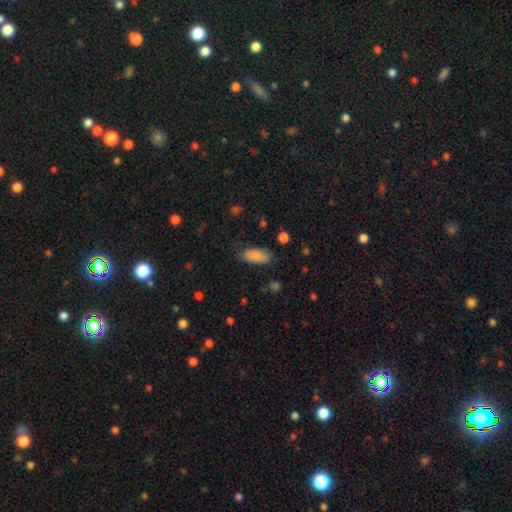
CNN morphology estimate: A smooth galaxy with no disk features (85%) that is in between round and cigar-shaped (89%).

Vote fractions:
- Smooth or featured? smooth: 85% / featured or disk: 9% / star or artifact: 7%
- How rounded? in between: 89% / cigar-shaped: 9% / round: 2%
- Merging? none: 75% / minor disturbance: 19% / major disturbance: 4% / merger: 2%